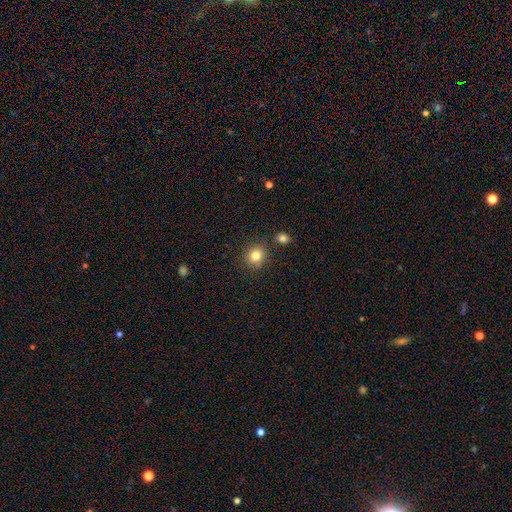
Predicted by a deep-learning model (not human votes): Q: Smooth or featured?
A: smooth (82%); runner-up: star or artifact (11%)
Q: How rounded?
A: round (84%); runner-up: in between (15%)
Q: Merging?
A: none (82%); runner-up: minor disturbance (9%)